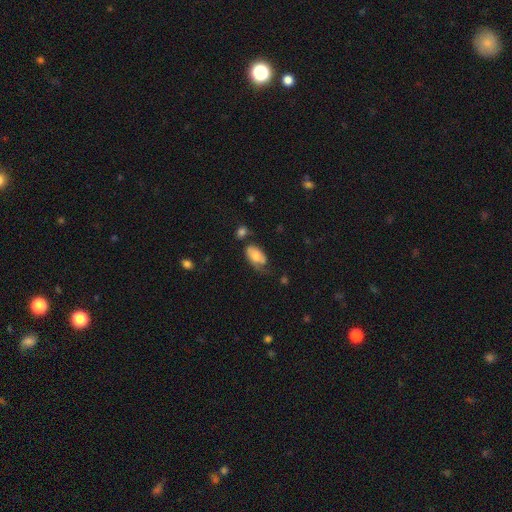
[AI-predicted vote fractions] This is possibly a smooth galaxy (57%). How rounded: clearly in between (93%). Merging: marginally none (38%).